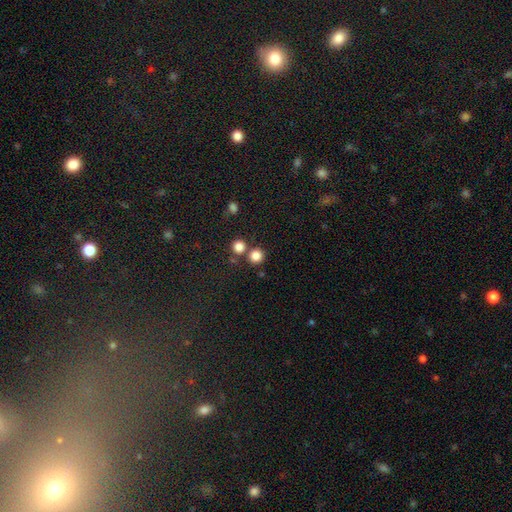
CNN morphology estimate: smooth_or_featured: smooth (p=0.83) [alt: star or artifact p=0.13]
how_rounded: round (p=0.92) [alt: in between p=0.07]
merging: none (p=0.73) [alt: merger p=0.18]